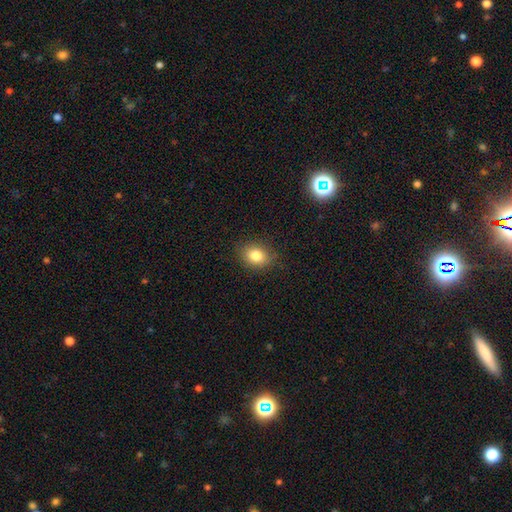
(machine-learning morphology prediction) Overall: smooth (83%). How rounded: in between (58%; round 41%). Merging: none (85%).